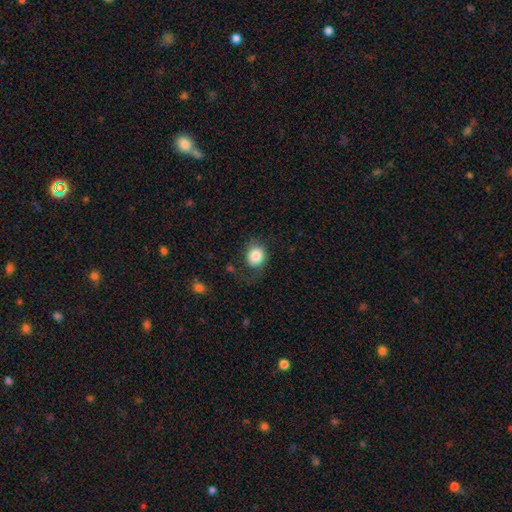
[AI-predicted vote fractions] smooth_or_featured: smooth (p=0.83) [alt: featured or disk p=0.09]
how_rounded: round (p=0.64) [alt: in between p=0.35]
merging: none (p=0.66) [alt: minor disturbance p=0.20]